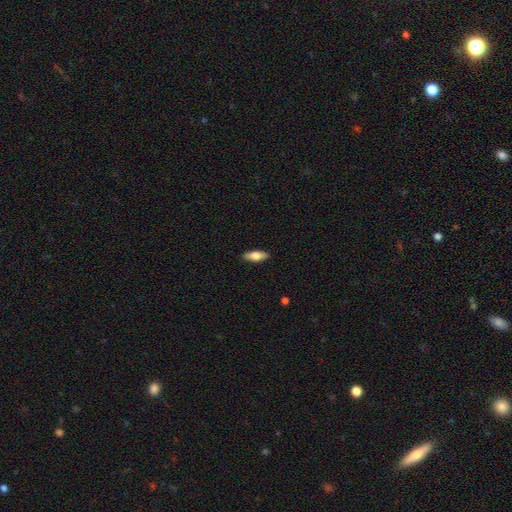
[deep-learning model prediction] This is likely a smooth galaxy (70%). How rounded: likely in between (67%). Merging: clearly none (90%).